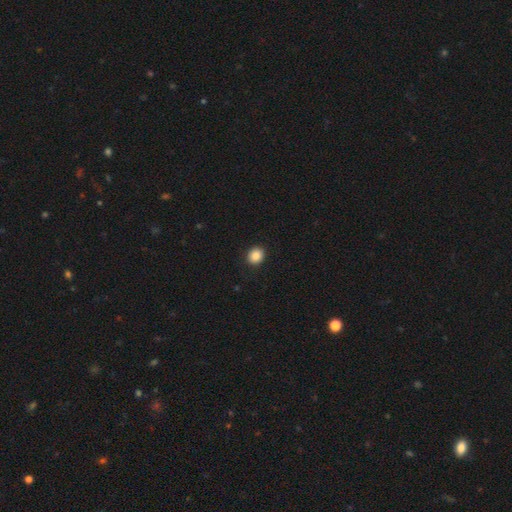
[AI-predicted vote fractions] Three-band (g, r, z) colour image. It shows a smooth galaxy with no disk features (88%) that is round (68%). Merging: none (91%).